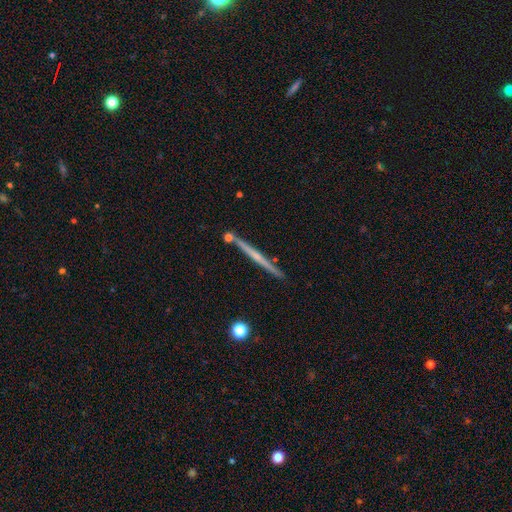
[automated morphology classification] featured or disk 64%, smooth 30%, star or artifact 6%. Down the decision tree: edge-on disk — yes (98%); edge-on bulge — none (64%); merging — none (87%).